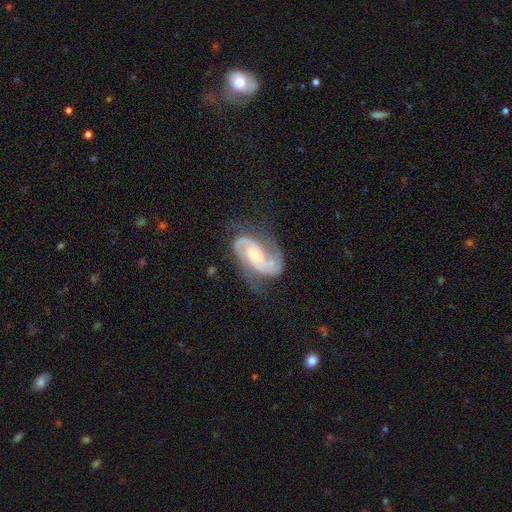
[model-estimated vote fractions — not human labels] Morphology: type=featured or disk (89%); edge-on=no (97%); bar=no (59%); spiral arms=yes (98%); winding=medium (48%); arm count=2 (78%); bulge=small (67%); merging=none (66%).